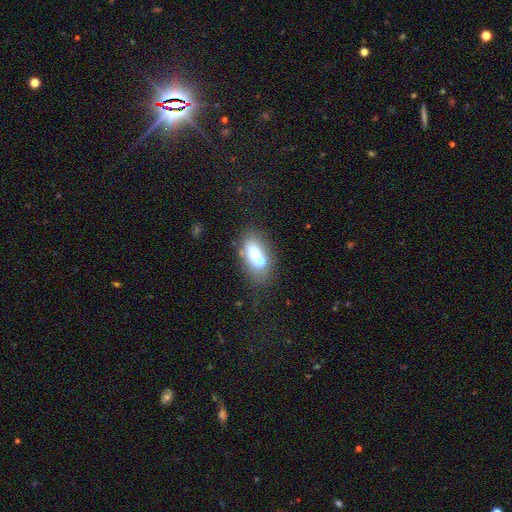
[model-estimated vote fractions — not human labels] Smooth or featured? smooth (60%)
How rounded? in between (82%)
Merging? none (43%)